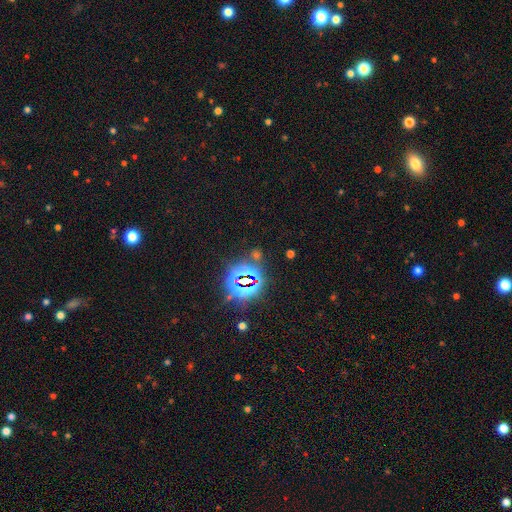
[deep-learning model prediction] star or artifact 73%, smooth 20%, featured or disk 7%.